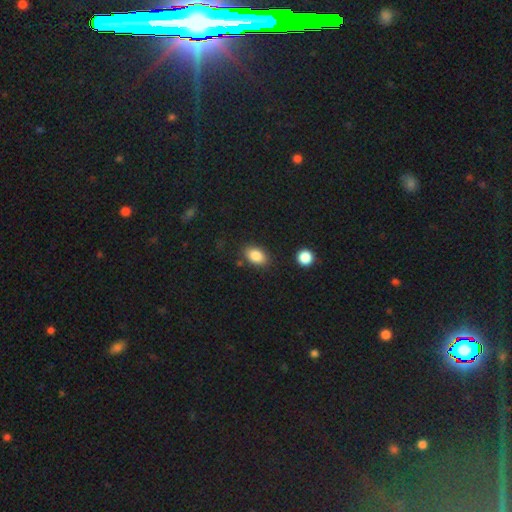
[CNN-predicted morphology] smooth_or_featured: smooth (p=0.86) [alt: star or artifact p=0.08]
how_rounded: in between (p=0.86) [alt: round p=0.12]
merging: none (p=0.83) [alt: minor disturbance p=0.11]